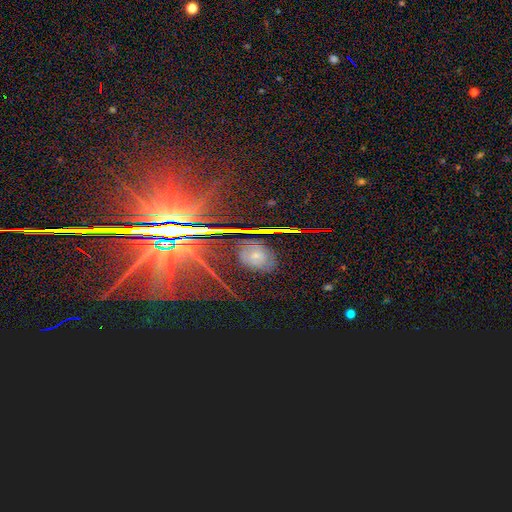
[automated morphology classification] Smooth or featured: star or artifact — 43% (featured or disk — 39%)